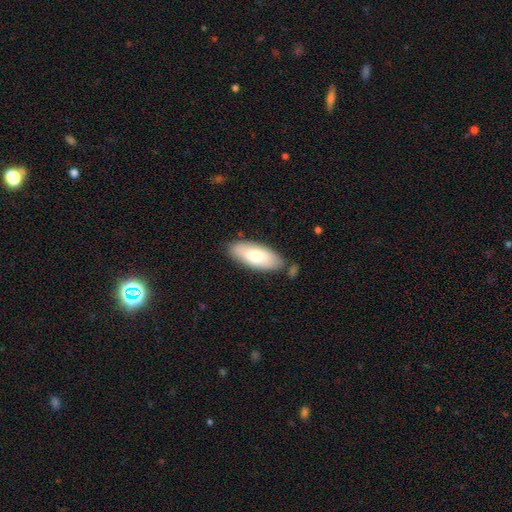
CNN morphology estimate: Q: Smooth or featured?
A: smooth (73%); runner-up: featured or disk (21%)
Q: How rounded?
A: in between (82%); runner-up: cigar-shaped (16%)
Q: Merging?
A: none (77%); runner-up: minor disturbance (14%)